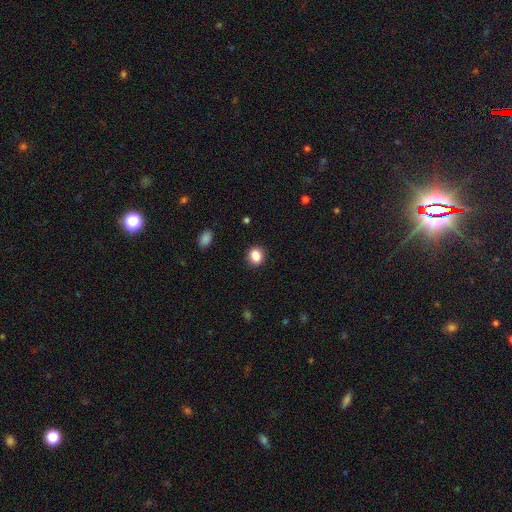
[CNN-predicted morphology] This is clearly a smooth galaxy (86%). How rounded: likely round (61%). Merging: clearly none (88%).